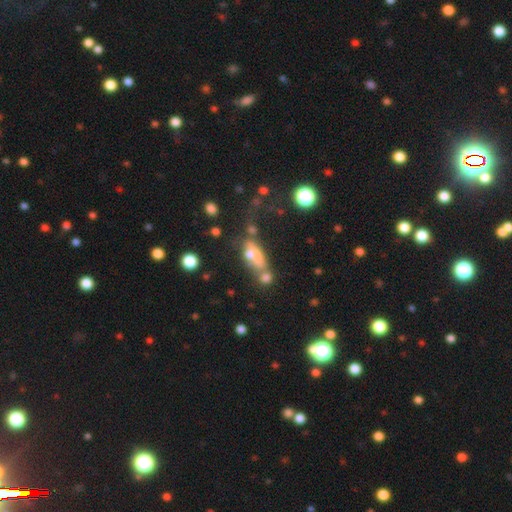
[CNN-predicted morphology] Smooth or featured: smooth — 59% (featured or disk — 27%)
How rounded: in between — 66% (cigar-shaped — 24%)
Merging: merger — 40% (none — 26%)